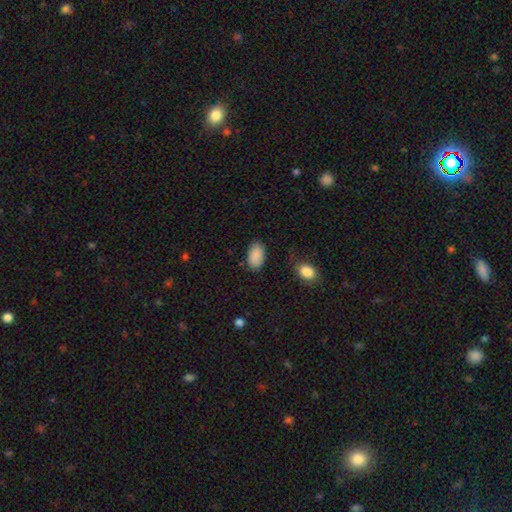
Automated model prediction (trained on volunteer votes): smooth 89%, star or artifact 7%, featured or disk 4%. Down the decision tree: how rounded — in between (94%); merging — none (80%).